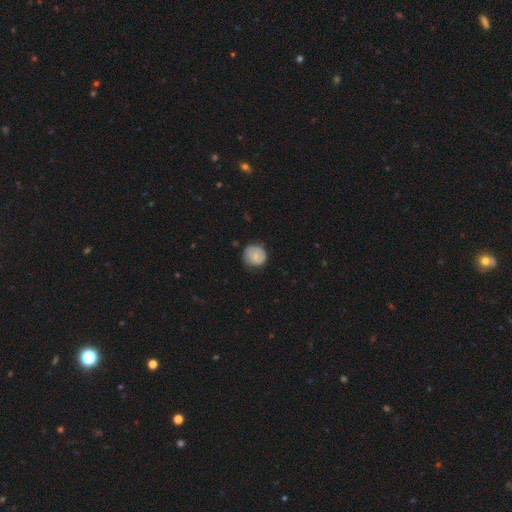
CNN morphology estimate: Smooth or featured? Predicted: smooth (p=0.68). How rounded? Predicted: round (p=0.86). Merging? Predicted: none (p=0.70).